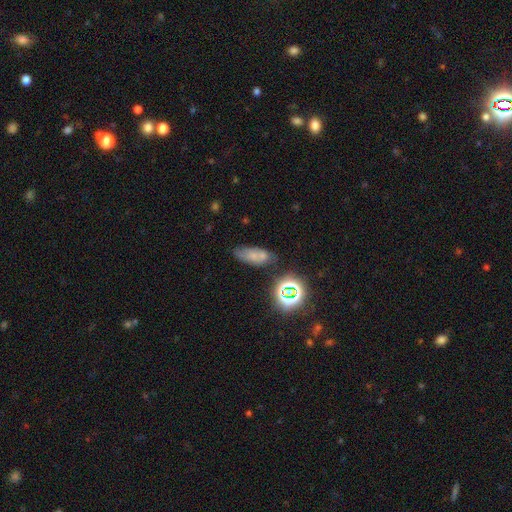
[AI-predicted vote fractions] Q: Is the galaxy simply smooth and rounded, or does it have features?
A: smooth — 58%.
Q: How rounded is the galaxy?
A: in between — 72%.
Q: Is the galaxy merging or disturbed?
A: none — 56%.